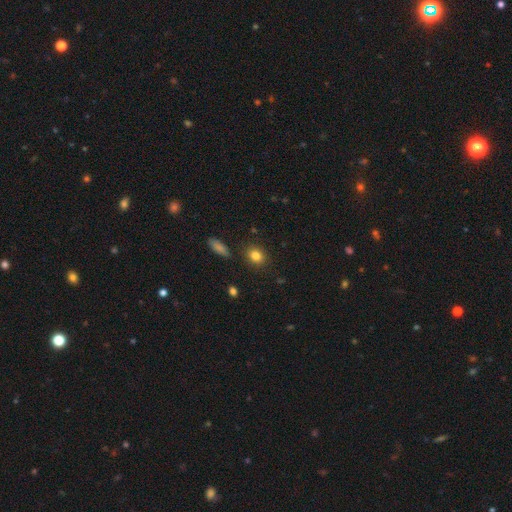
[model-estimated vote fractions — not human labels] This appears to be a smooth galaxy with no disk features (83%) that is round (53%). Merging: none (87%).